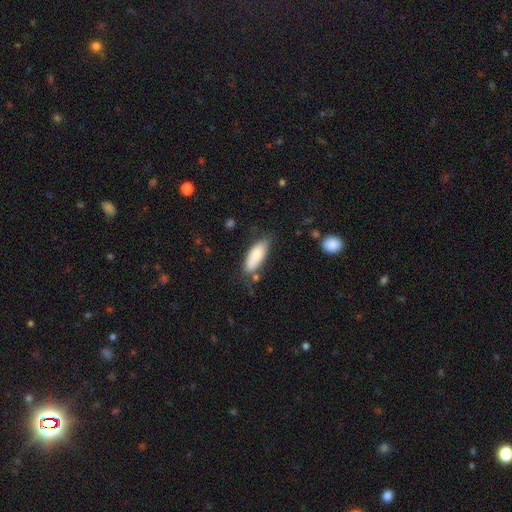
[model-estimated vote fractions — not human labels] This appears to be a smooth galaxy with no disk features (81%) that is in between round and cigar-shaped (72%). Merging: none (67%).